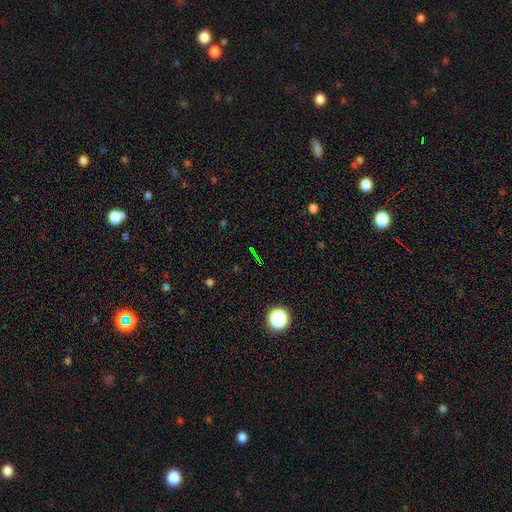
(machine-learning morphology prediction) smooth_or_featured: star or artifact (p=0.71) [alt: smooth p=0.19]